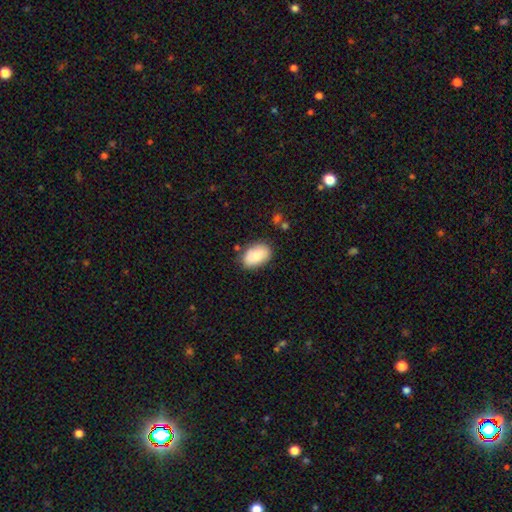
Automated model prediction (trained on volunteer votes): smooth_or_featured: smooth (p=0.82) [alt: featured or disk p=0.11]
how_rounded: in between (p=0.90) [alt: round p=0.09]
merging: none (p=0.77) [alt: minor disturbance p=0.17]